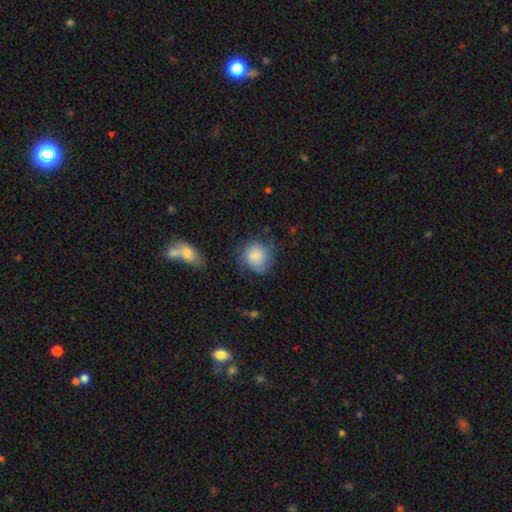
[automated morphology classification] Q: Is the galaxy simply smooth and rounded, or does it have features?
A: smooth — 82%.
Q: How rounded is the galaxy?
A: round — 79%.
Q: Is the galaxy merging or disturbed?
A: none — 64%.